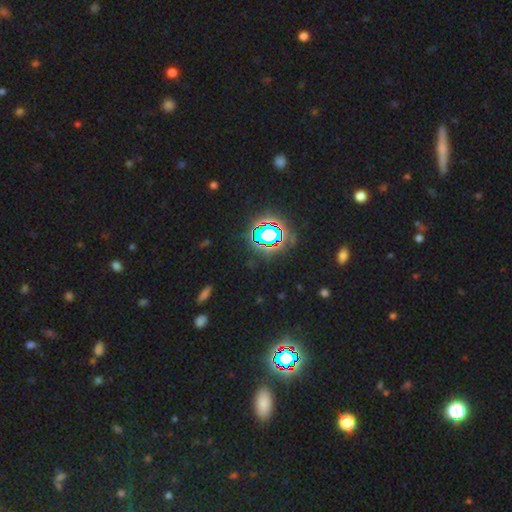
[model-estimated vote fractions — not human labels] A star or artifact, not a galaxy (79%).